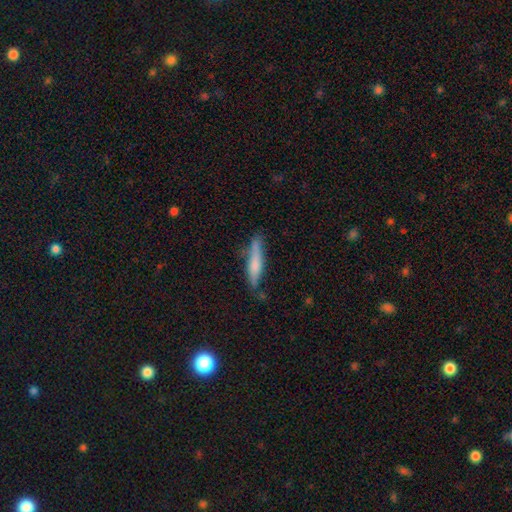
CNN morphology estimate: Smooth or featured?
  - smooth: 52% *
  - featured or disk: 41%
  - star or artifact: 7%
How rounded?
  - cigar-shaped: 88% *
  - in between: 10%
  - round: 2%
Merging?
  - none: 72% *
  - minor disturbance: 20%
  - major disturbance: 4%
  - merger: 3%